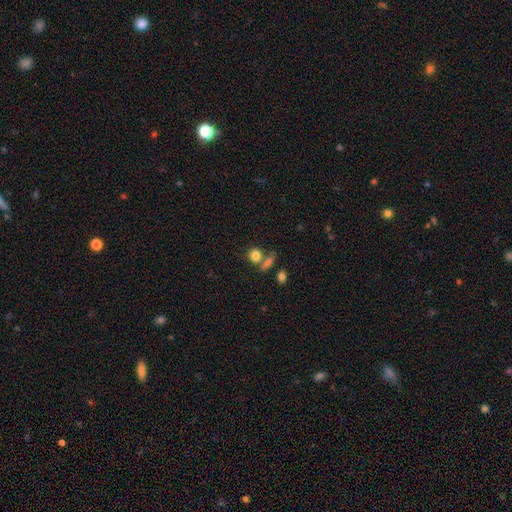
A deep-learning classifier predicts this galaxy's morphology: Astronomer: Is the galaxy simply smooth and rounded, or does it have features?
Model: smooth — 81%.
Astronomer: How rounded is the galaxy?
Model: round — 69%.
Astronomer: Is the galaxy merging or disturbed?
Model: none — 53% (runner-up: merger, 30%).